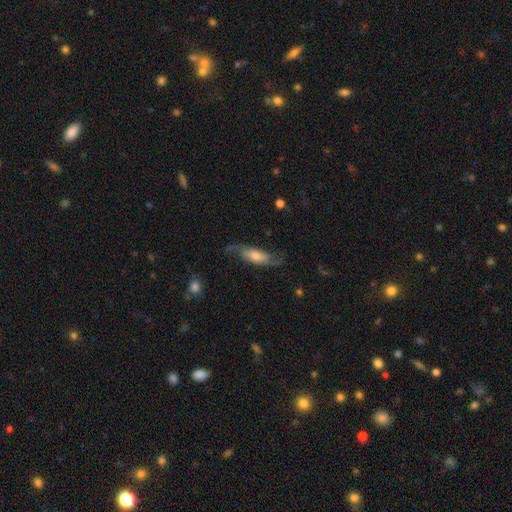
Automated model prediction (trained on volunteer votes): smooth_or_featured: featured or disk (p=0.74) [alt: smooth p=0.20]
disk_edge_on: no (p=0.81) [alt: yes p=0.19]
bar: no (p=0.59) [alt: weak p=0.30]
has_spiral_arms: yes (p=0.93) [alt: no p=0.07]
spiral_winding: loose (p=0.61) [alt: medium p=0.30]
spiral_arm_count: 2 (p=0.90) [alt: can't tell p=0.05]
bulge_size: moderate (p=0.49) [alt: small p=0.31]
merging: none (p=0.72) [alt: minor disturbance p=0.18]